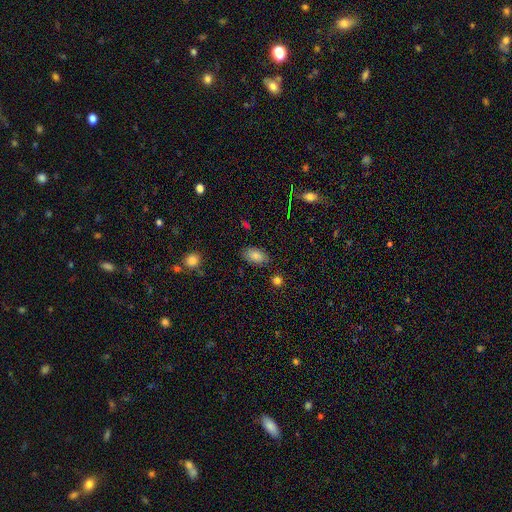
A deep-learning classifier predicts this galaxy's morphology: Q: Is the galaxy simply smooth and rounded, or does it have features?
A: smooth — 80%.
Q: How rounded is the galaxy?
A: in between — 91%.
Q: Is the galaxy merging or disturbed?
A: none — 80%.